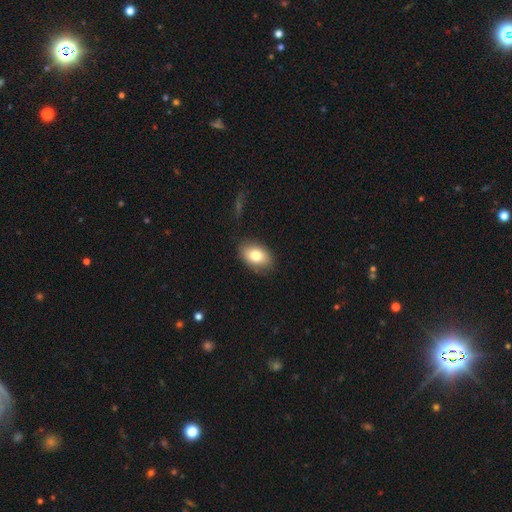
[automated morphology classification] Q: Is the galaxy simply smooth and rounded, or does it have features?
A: smooth — 79%.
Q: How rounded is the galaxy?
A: in between — 85%.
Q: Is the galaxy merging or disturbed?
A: none — 83%.